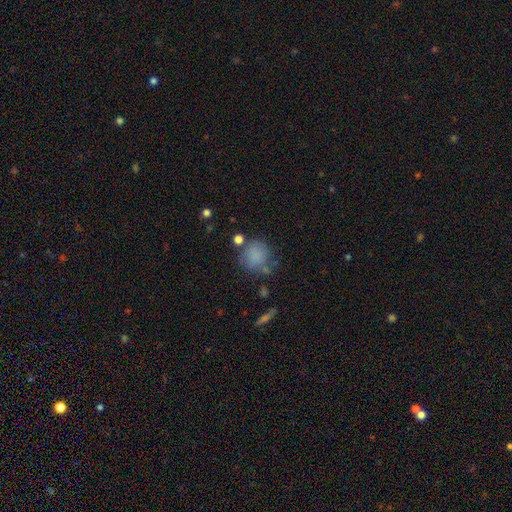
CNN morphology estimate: A smooth galaxy with no disk features (78%) that is round (84%).

Vote fractions:
- Smooth or featured? smooth: 78% / star or artifact: 11% / featured or disk: 10%
- How rounded? round: 84% / in between: 15% / cigar-shaped: 1%
- Merging? none: 60% / minor disturbance: 21% / major disturbance: 10% / merger: 10%